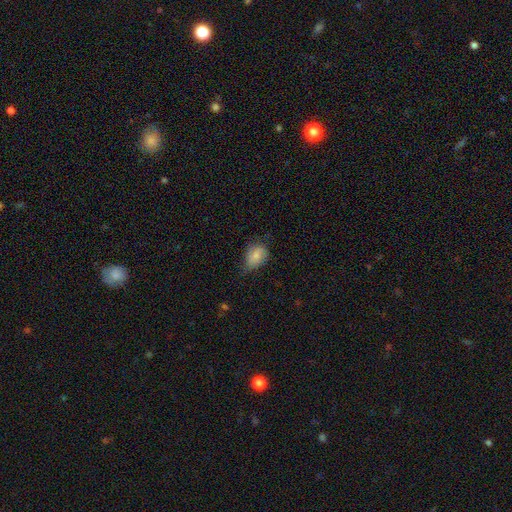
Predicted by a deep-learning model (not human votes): This is likely a smooth galaxy (77%). How rounded: likely in between (72%). Merging: possibly none (46%).